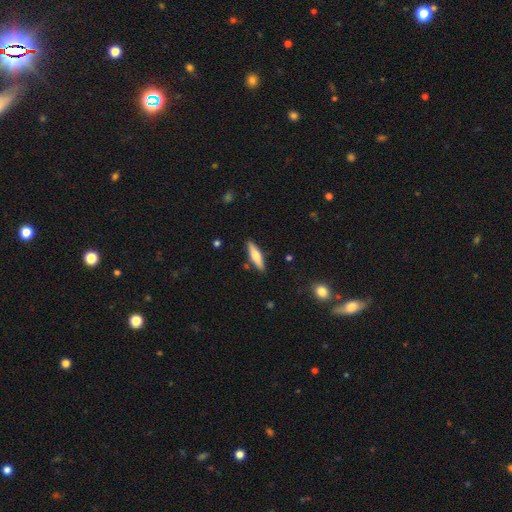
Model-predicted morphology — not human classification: This is possibly a smooth galaxy (56%). How rounded: likely cigar-shaped (70%). Merging: clearly none (87%).